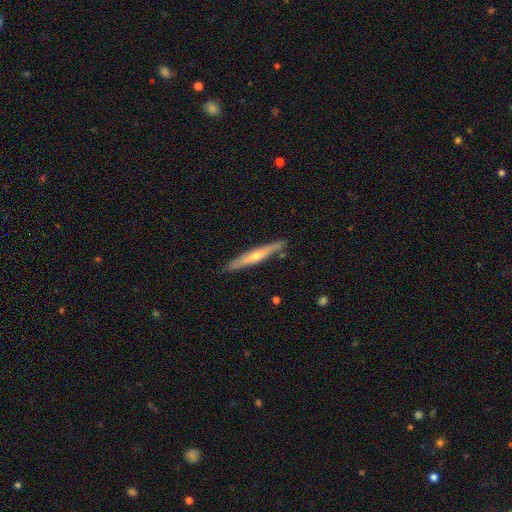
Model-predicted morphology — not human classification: featured or disk 61%, smooth 33%, star or artifact 6%. Down the decision tree: edge-on disk — yes (94%); edge-on bulge — rounded (79%); merging — none (87%).